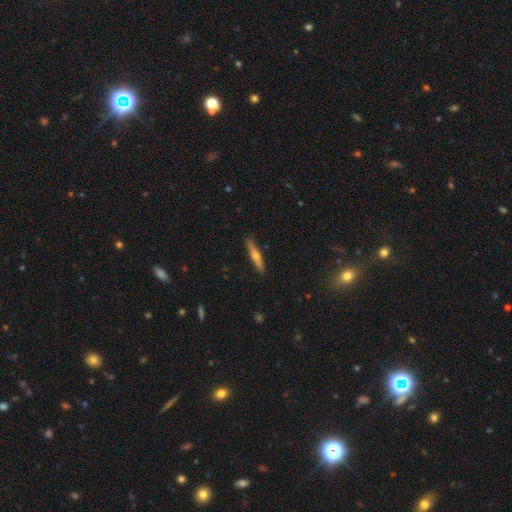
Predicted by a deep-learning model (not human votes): A featured or disk galaxy (56%) viewed edge-on (96%) with a rounded central bulge (87%). Merging: none (90%).